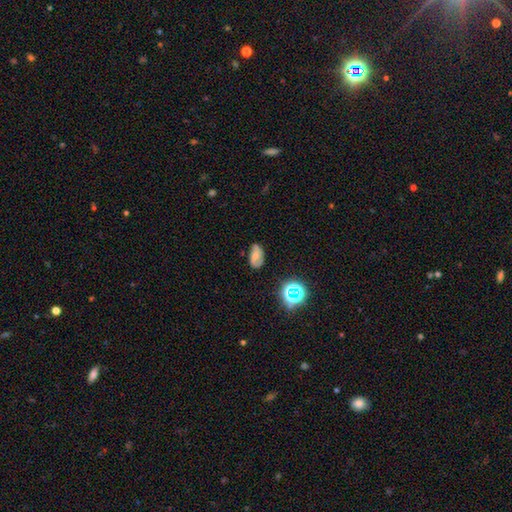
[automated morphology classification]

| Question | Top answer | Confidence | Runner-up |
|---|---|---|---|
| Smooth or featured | featured or disk | 43% | smooth (41%) |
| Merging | none | 63% | minor disturbance (26%) |